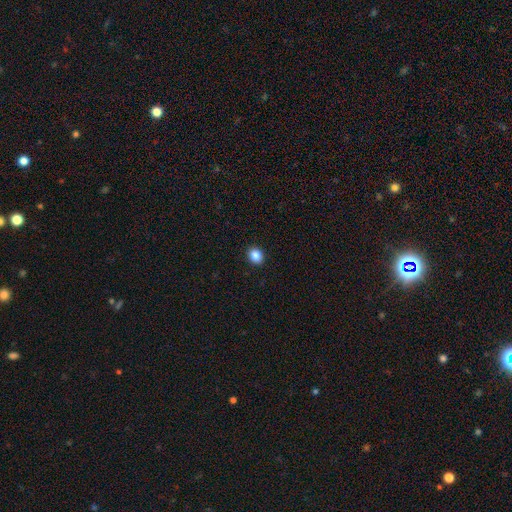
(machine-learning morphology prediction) This is clearly a smooth galaxy (86%). How rounded: likely round (64%). Merging: clearly none (92%).